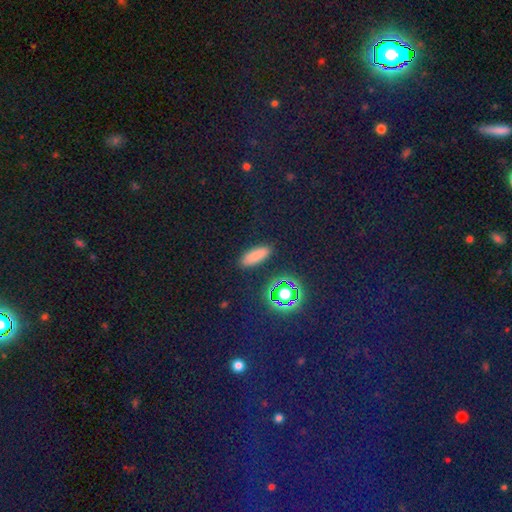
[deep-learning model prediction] smooth 77%, star or artifact 17%, featured or disk 6%. Down the decision tree: how rounded — in between (57%); merging — none (90%).